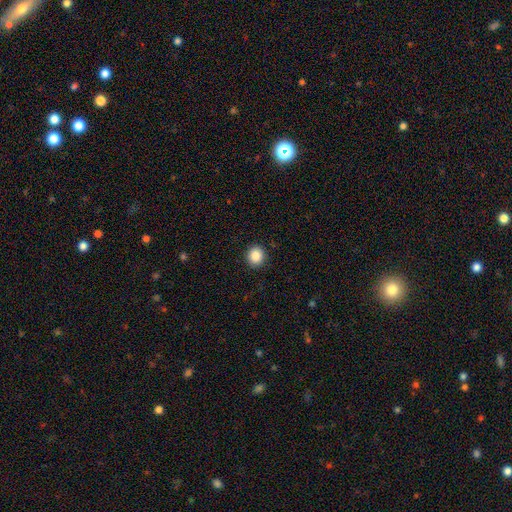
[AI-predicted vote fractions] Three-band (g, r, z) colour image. It shows a smooth galaxy with no disk features (87%) that is round (86%). Merging: none (92%).